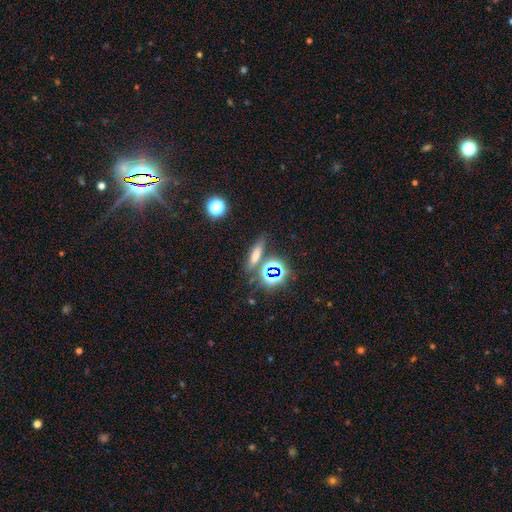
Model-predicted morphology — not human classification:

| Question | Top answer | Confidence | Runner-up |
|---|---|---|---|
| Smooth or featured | smooth | 57% | star or artifact (28%) |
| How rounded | cigar-shaped | 59% | in between (31%) |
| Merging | none | 73% | merger (12%) |